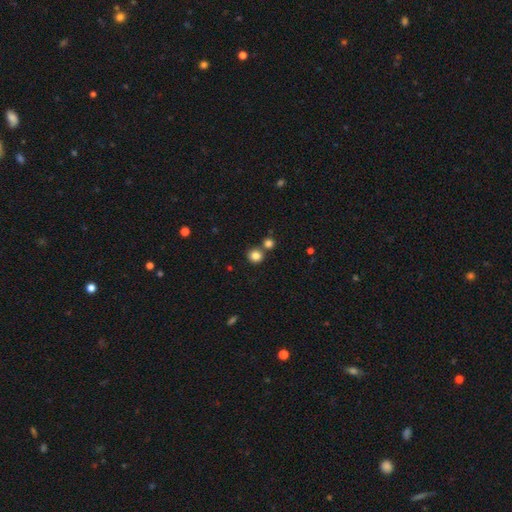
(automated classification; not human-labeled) The model was most divided on "merging": none: 73%, merger: 18%, minor disturbance: 7%, major disturbance: 2%. More confident: how rounded — round (89%); smooth or featured — smooth (83%).